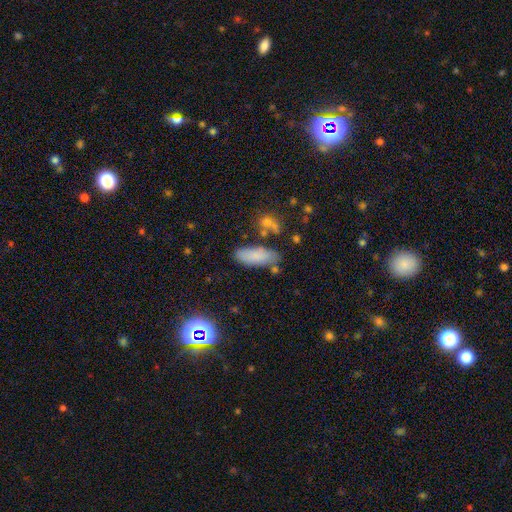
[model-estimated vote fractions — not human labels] smooth_or_featured: smooth (p=0.82) [alt: featured or disk p=0.10]
how_rounded: in between (p=0.74) [alt: cigar-shaped p=0.24]
merging: none (p=0.70) [alt: minor disturbance p=0.17]